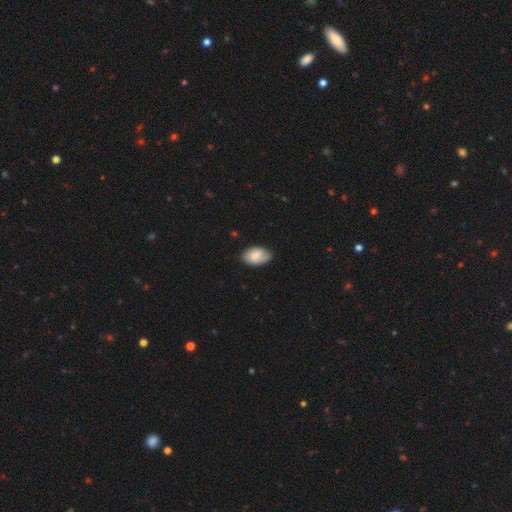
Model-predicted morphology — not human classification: Overall: smooth (72%). How rounded: in between (90%). Merging: none (64%; minor disturbance 30%).